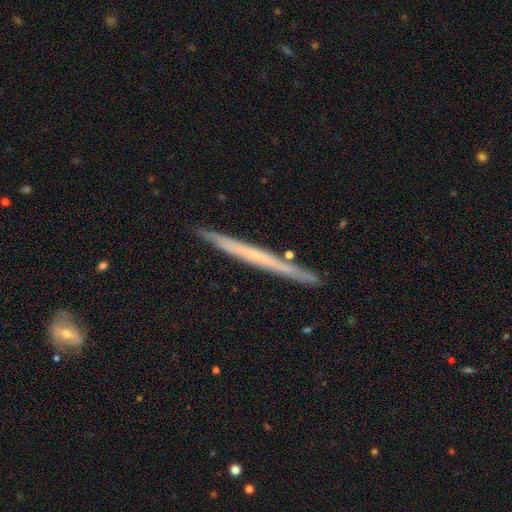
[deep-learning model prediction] The model was most divided on "smooth or featured": featured or disk: 59%, smooth: 35%, star or artifact: 6%. More confident: edge-on disk — yes (97%); merging — none (90%); edge-on bulge — none (86%).